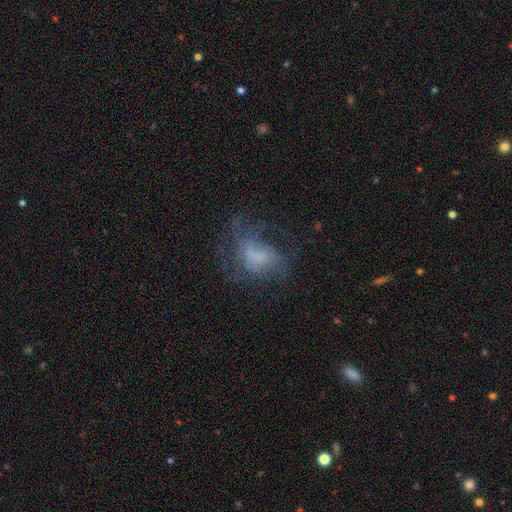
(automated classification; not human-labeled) A featured or disk galaxy (48%). Merging: none (42%).